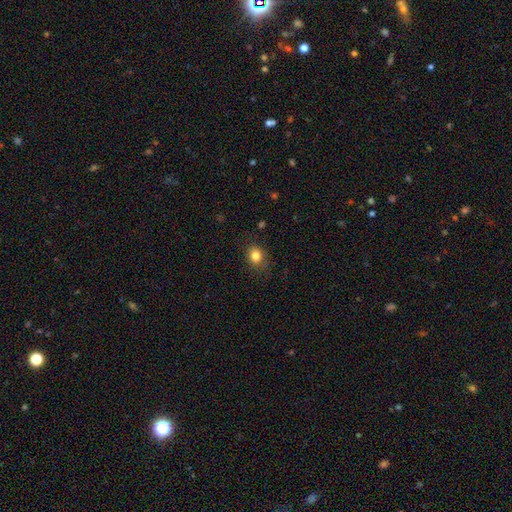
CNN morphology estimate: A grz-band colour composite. It shows a smooth galaxy with no disk features (82%) that is round (59%). Merging: none (81%).